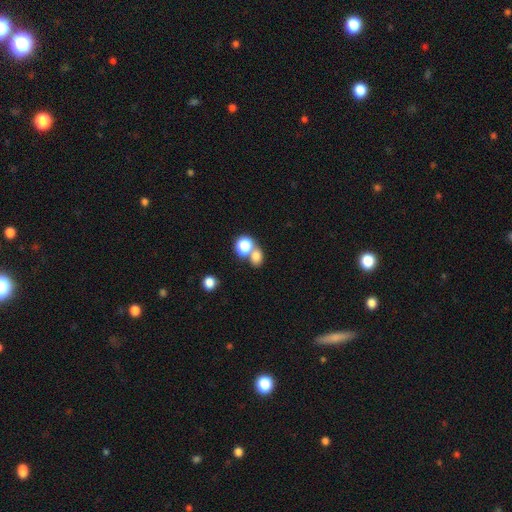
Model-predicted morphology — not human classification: Q: Smooth or featured?
A: smooth (76%); runner-up: star or artifact (15%)
Q: How rounded?
A: in between (50%); runner-up: round (49%)
Q: Merging?
A: merger (46%); runner-up: none (42%)